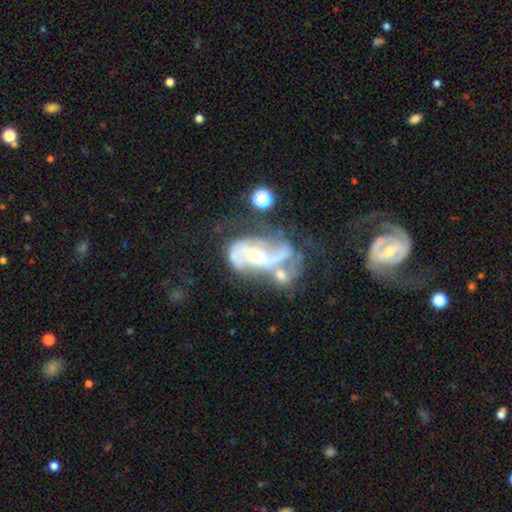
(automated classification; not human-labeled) This appears to be a featured or disk galaxy (81%) with no bar (56%), 2 (72%) loose (45%) spiral arms (83%) and a moderate central bulge (57%). Merging: merger (37%).